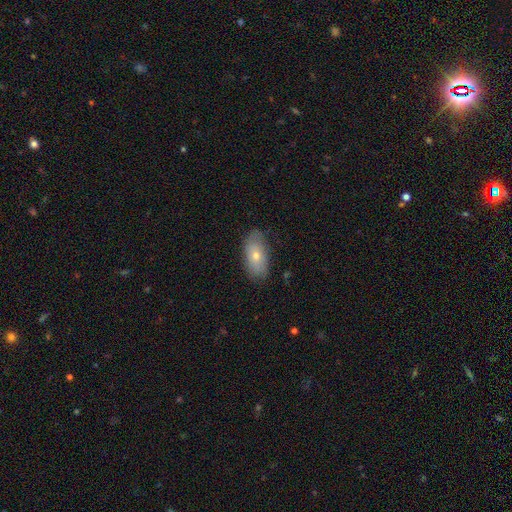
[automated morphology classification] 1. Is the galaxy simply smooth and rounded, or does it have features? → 62% smooth, 30% featured or disk, 8% star or artifact.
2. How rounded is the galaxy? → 90% in between, 6% cigar-shaped, 4% round.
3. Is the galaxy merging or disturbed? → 78% none, 17% minor disturbance, 4% major disturbance, 1% merger.